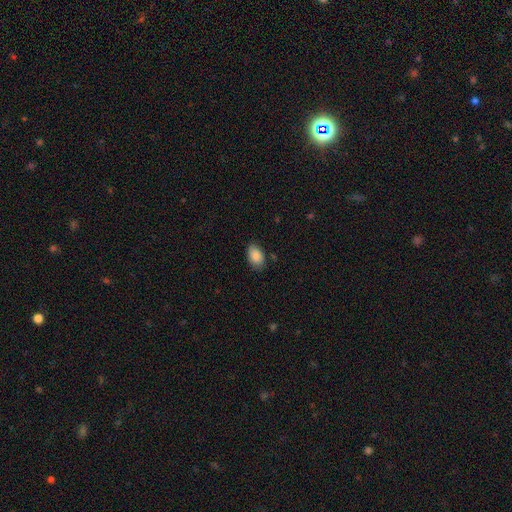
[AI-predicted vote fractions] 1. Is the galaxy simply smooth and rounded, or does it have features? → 88% smooth, 7% star or artifact, 5% featured or disk.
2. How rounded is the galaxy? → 90% in between, 9% round, 1% cigar-shaped.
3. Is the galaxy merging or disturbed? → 78% none, 18% minor disturbance, 3% major disturbance, 1% merger.